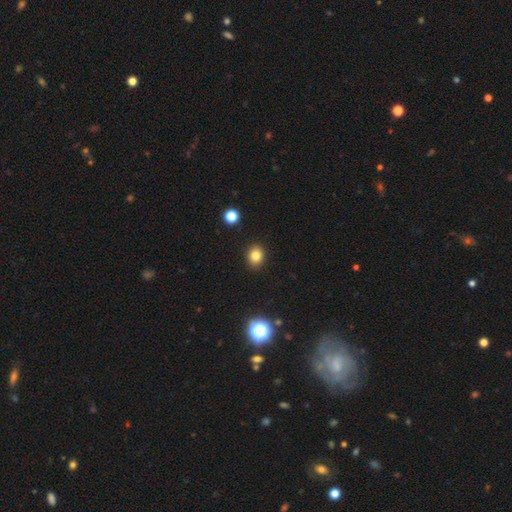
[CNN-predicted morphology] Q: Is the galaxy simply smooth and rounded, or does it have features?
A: smooth — 82%.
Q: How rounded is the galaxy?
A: round — 58%.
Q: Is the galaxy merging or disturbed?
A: none — 90%.